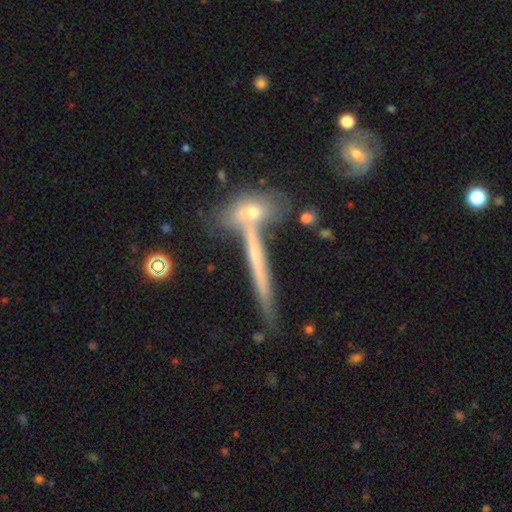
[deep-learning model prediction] Morphology: type=featured or disk (55%); edge-on=yes (91%); merging=none (67%).